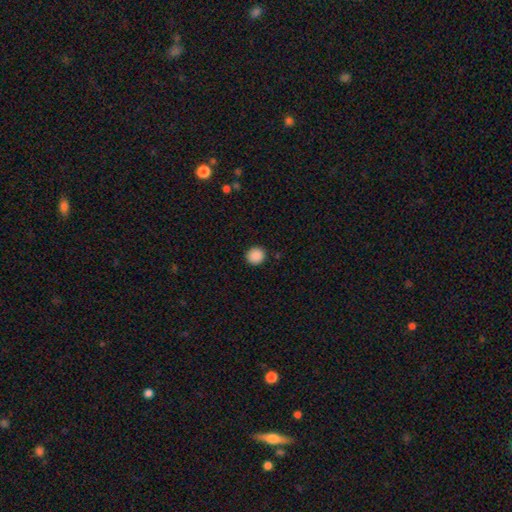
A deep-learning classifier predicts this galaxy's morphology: type=smooth (89%); roundness=round (92%); merging=none (92%).